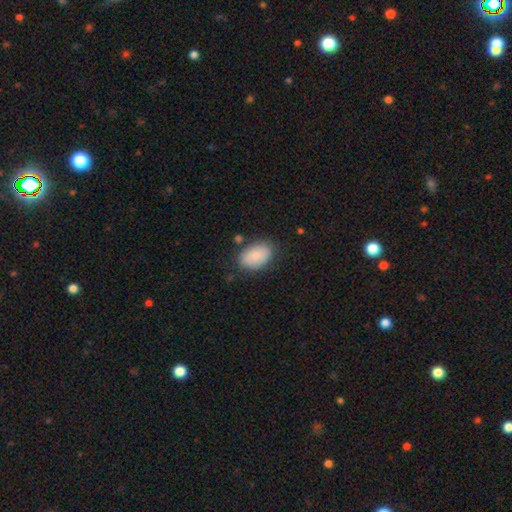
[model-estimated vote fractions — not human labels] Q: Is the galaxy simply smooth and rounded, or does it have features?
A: smooth — 85%.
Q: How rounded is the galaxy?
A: in between — 91%.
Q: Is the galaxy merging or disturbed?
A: none — 77%.